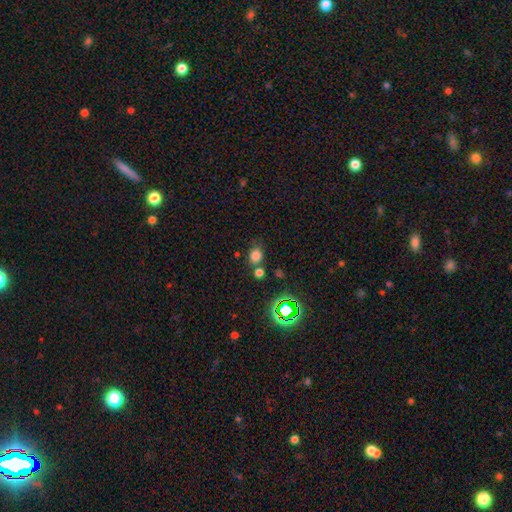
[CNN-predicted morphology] smooth_or_featured: smooth (p=0.74) [alt: star or artifact p=0.20]
how_rounded: round (p=0.62) [alt: in between p=0.36]
merging: none (p=0.66) [alt: merger p=0.15]